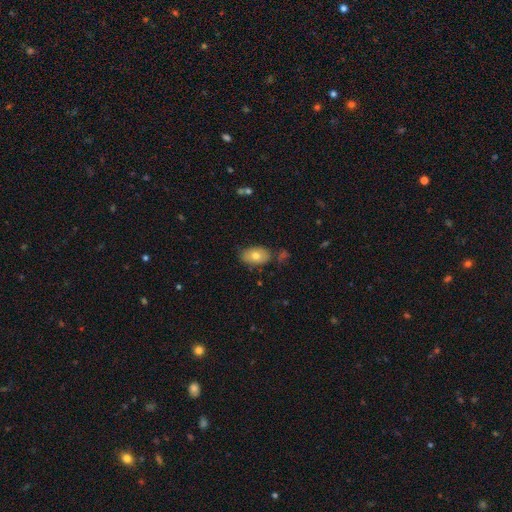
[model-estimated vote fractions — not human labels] Q: Smooth or featured?
A: smooth (73%); runner-up: featured or disk (19%)
Q: How rounded?
A: in between (88%); runner-up: round (11%)
Q: Merging?
A: none (75%); runner-up: minor disturbance (17%)